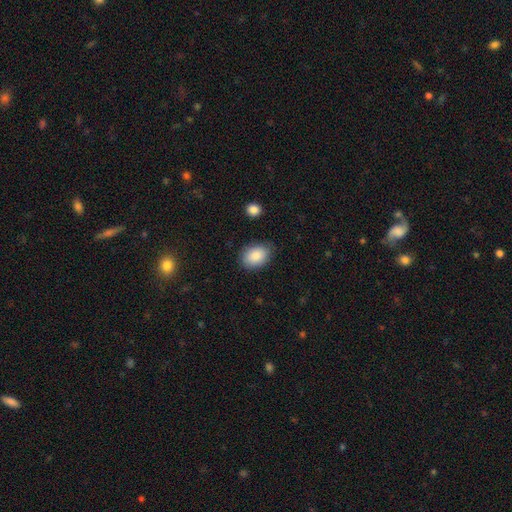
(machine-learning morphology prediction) smooth 87%, star or artifact 7%, featured or disk 6%. Down the decision tree: how rounded — in between (79%); merging — none (80%).